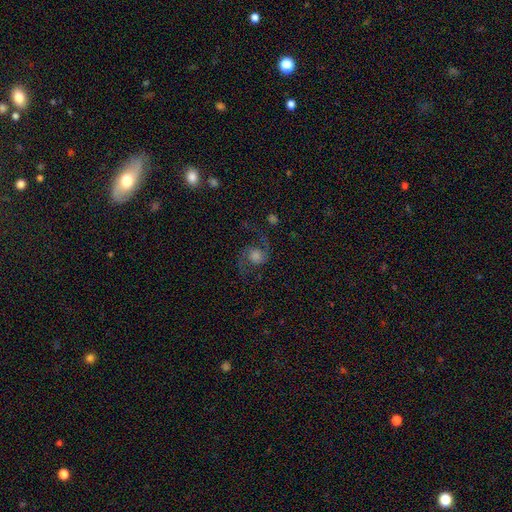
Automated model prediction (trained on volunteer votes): smooth-or-featured: featured or disk: 79% | smooth: 11% | star or artifact: 10%
  disk-edge-on: no: 98% | yes: 2%
    bar: no: 68% | weak: 27% | strong: 5%
    has-spiral-arms: yes: 96% | no: 4%
      spiral-winding: loose: 48% | medium: 44% | tight: 8%
      spiral-arm-count: 2: 93% | 1: 2% | can't tell: 2% | 3: 1% | 4: 1% | more than 4: 1%
    bulge-size: moderate: 44% | large: 26% | small: 18% | none: 7% | dominant: 5%
  merging: none: 75% | minor disturbance: 13% | major disturbance: 10% | merger: 2%